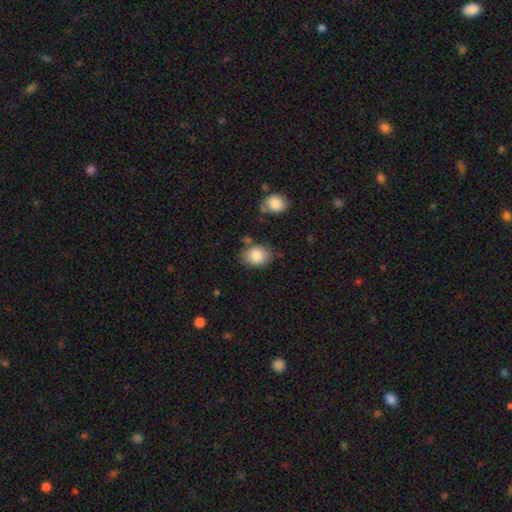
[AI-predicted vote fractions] A smooth galaxy with no disk features (85%) that is in between round and cigar-shaped (61%).

Vote fractions:
- Smooth or featured? smooth: 85% / featured or disk: 8% / star or artifact: 7%
- How rounded? in between: 61% / round: 38% / cigar-shaped: 1%
- Merging? none: 68% / minor disturbance: 20% / merger: 7% / major disturbance: 5%